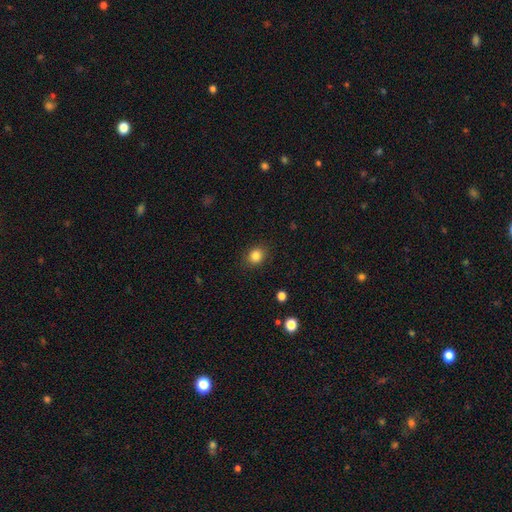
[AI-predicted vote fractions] This is clearly a smooth galaxy (84%). How rounded: likely round (68%). Merging: clearly none (88%).